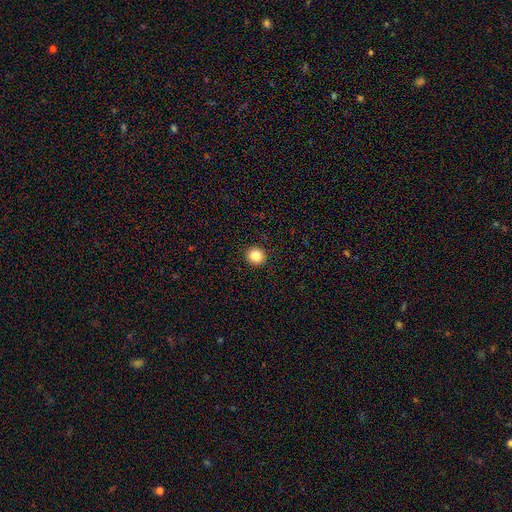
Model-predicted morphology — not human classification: A smooth galaxy with no disk features (85%) that is round (91%). Merging: none (93%).